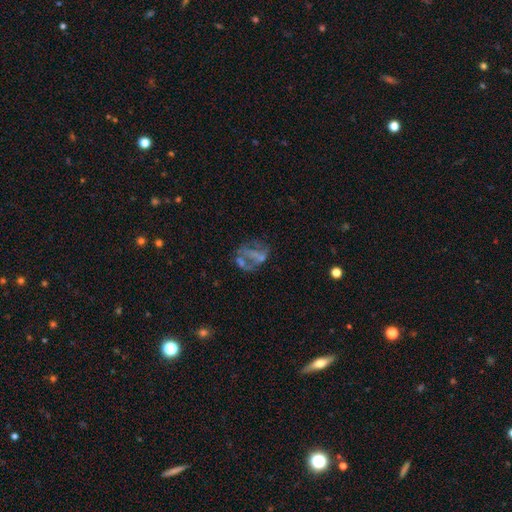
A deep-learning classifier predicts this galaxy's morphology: Smooth or featured?
  - featured or disk: 59% *
  - smooth: 24%
  - star or artifact: 17%
Edge-on disk?
  - no: 98% *
  - yes: 2%
Bar?
  - no: 79% *
  - weak: 14%
  - strong: 7%
Spiral arms?
  - no: 81% *
  - yes: 19%
Bulge size?
  - none: 73% *
  - small: 14%
  - moderate: 9%
  - large: 2%
  - dominant: 1%
Merging?
  - none: 39% *
  - major disturbance: 33%
  - minor disturbance: 17%
  - merger: 12%